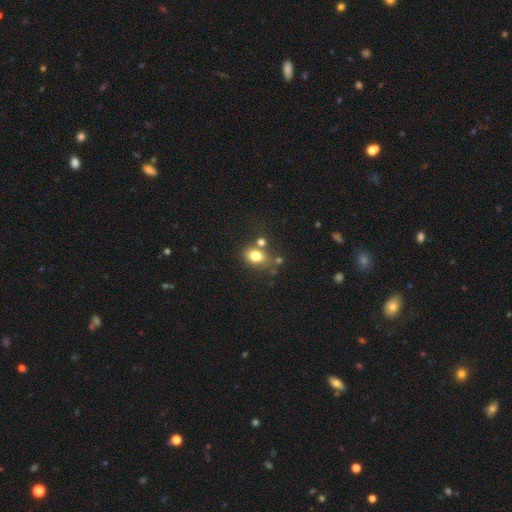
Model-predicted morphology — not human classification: Overall: smooth (77%). How rounded: in between (61%; round 37%). Merging: none (56%; merger 21%).